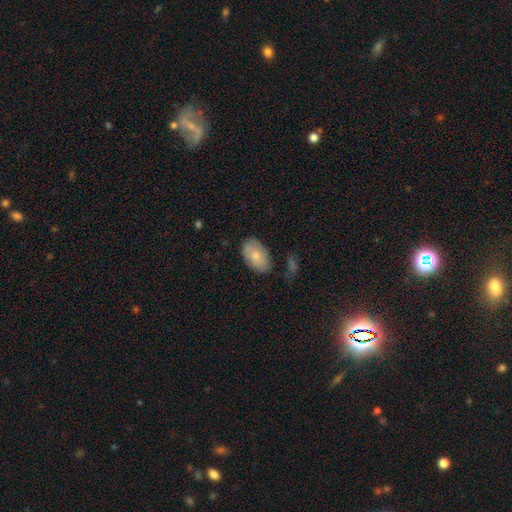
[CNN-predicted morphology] A smooth galaxy with no disk features (78%) that is in between round and cigar-shaped (93%). Merging: none (70%).